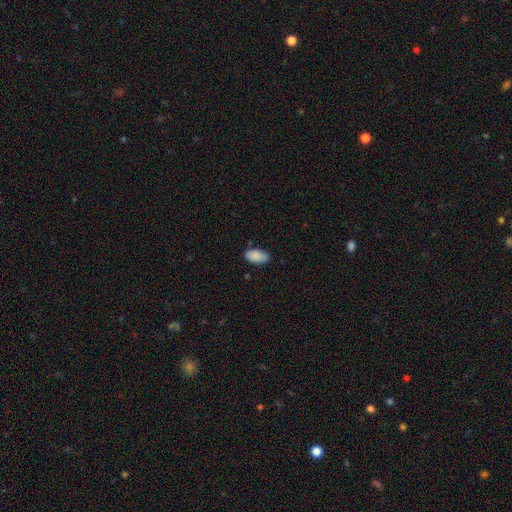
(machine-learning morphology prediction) smooth 89%, star or artifact 7%, featured or disk 4%. Down the decision tree: how rounded — in between (95%); merging — none (80%).